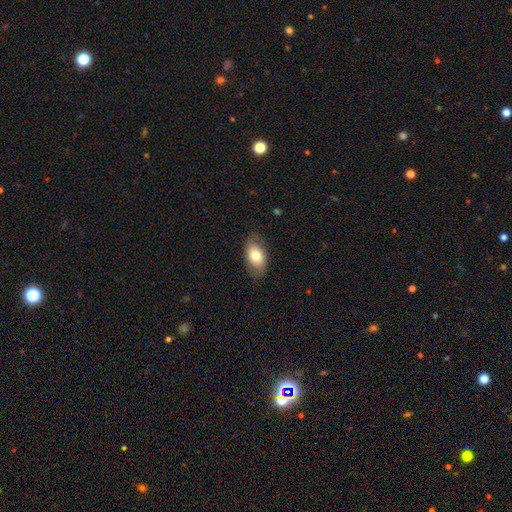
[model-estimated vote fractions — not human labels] smooth_or_featured: smooth (p=0.74) [alt: featured or disk p=0.19]
how_rounded: in between (p=0.91) [alt: round p=0.07]
merging: none (p=0.80) [alt: minor disturbance p=0.16]